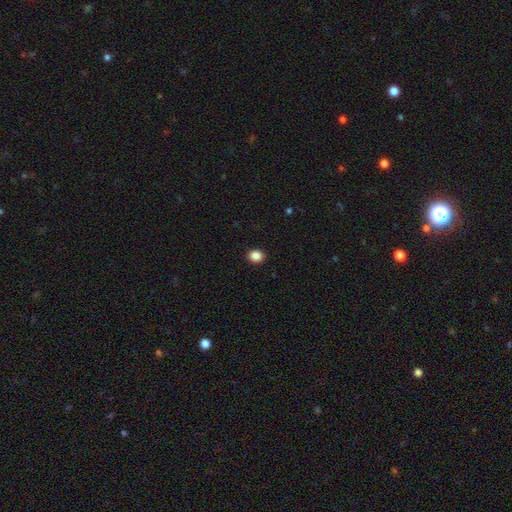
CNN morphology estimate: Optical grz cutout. It shows a smooth galaxy with no disk features (87%) that is round (56%). Merging: none (92%).